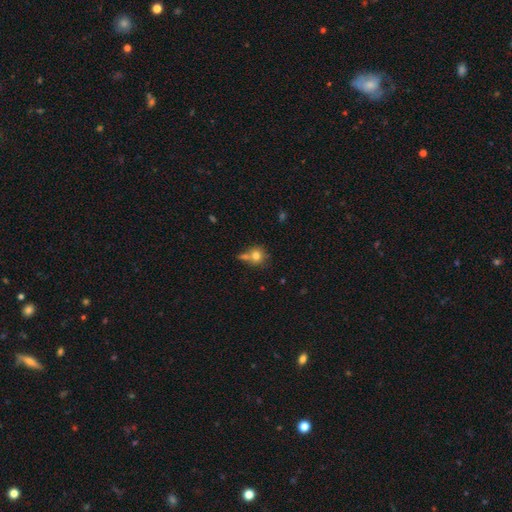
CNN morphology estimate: smooth-or-featured: smooth: 76% | featured or disk: 13% | star or artifact: 11%
  how-rounded: round: 81% | in between: 17% | cigar-shaped: 1%
  merging: none: 48% | merger: 31% | minor disturbance: 15% | major disturbance: 7%